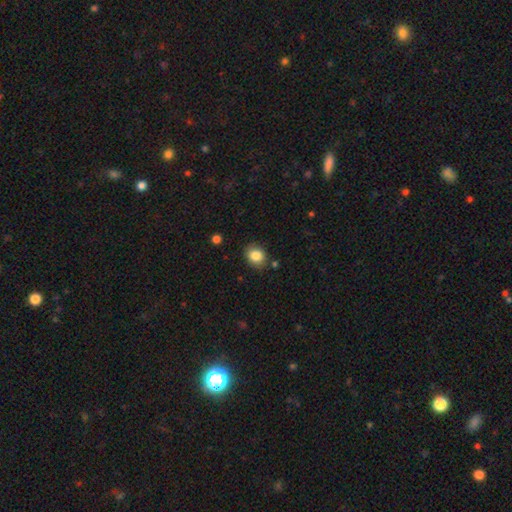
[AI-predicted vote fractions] Smooth or featured?
  - smooth: 84% *
  - star or artifact: 10%
  - featured or disk: 6%
How rounded?
  - round: 63% *
  - in between: 36%
  - cigar-shaped: 1%
Merging?
  - none: 84% *
  - minor disturbance: 11%
  - merger: 3%
  - major disturbance: 3%